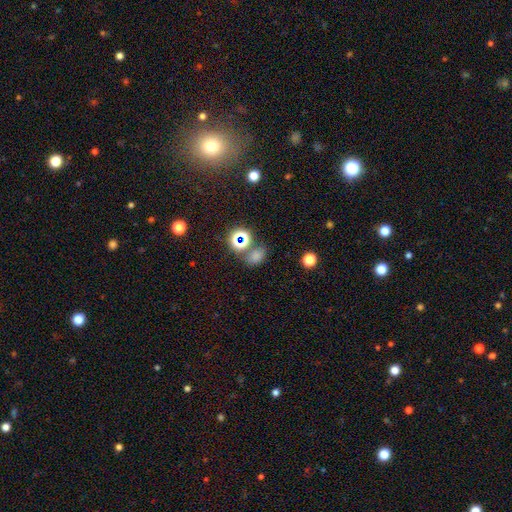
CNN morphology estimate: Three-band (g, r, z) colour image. It shows a smooth galaxy with no disk features (64%) that is in between round and cigar-shaped (60%). Merging: none (61%).